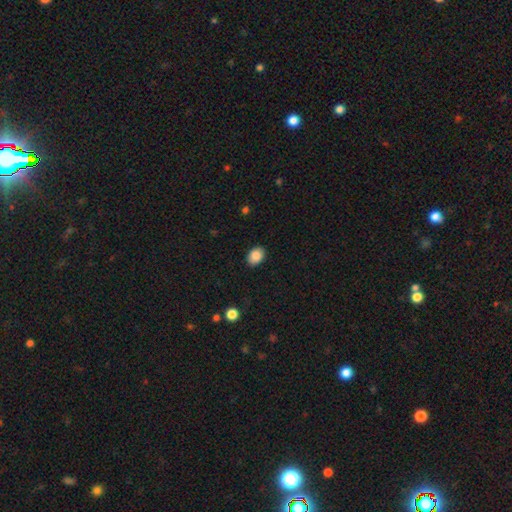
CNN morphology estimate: This appears to be a smooth galaxy with no disk features (88%) that is in between round and cigar-shaped (74%). Merging: none (87%).